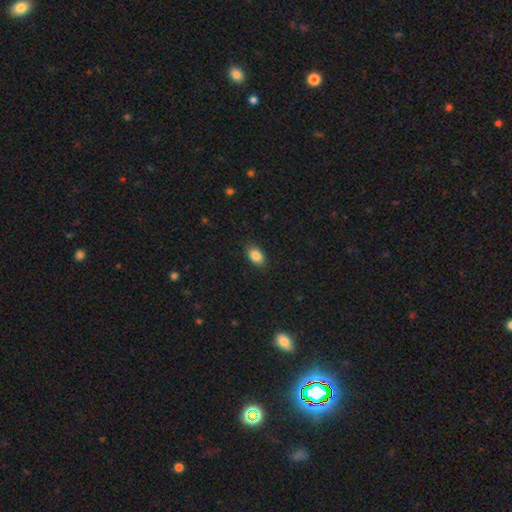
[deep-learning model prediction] Smooth or featured? Predicted: smooth (p=0.87). How rounded? Predicted: in between (p=0.89). Merging? Predicted: none (p=0.87).